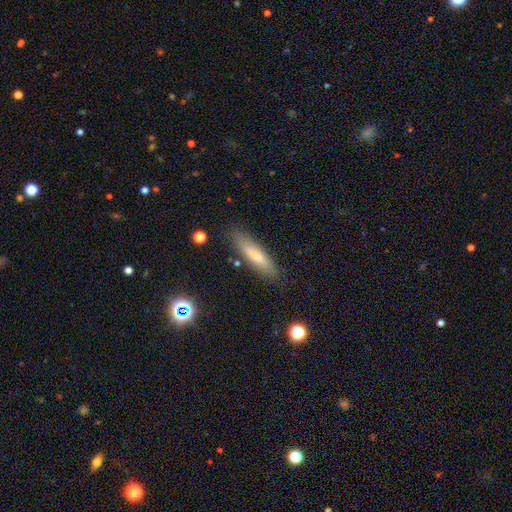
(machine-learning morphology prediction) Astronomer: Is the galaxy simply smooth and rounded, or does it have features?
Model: smooth — 72%.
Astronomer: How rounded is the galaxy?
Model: cigar-shaped — 74%.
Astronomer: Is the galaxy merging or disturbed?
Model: none — 84%.